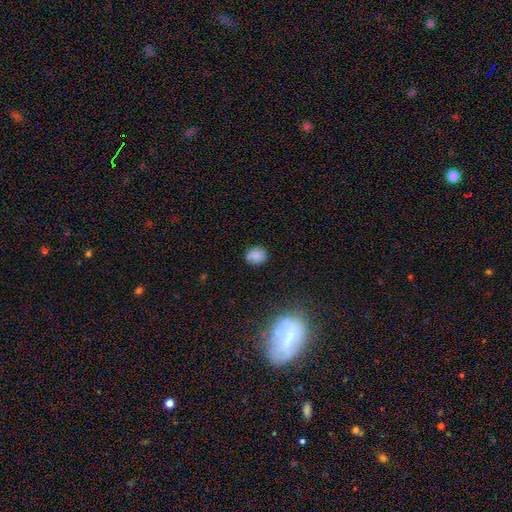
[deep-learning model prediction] Smooth or featured? Predicted: smooth (p=0.82). How rounded? Predicted: round (p=0.63). Merging? Predicted: none (p=0.80).